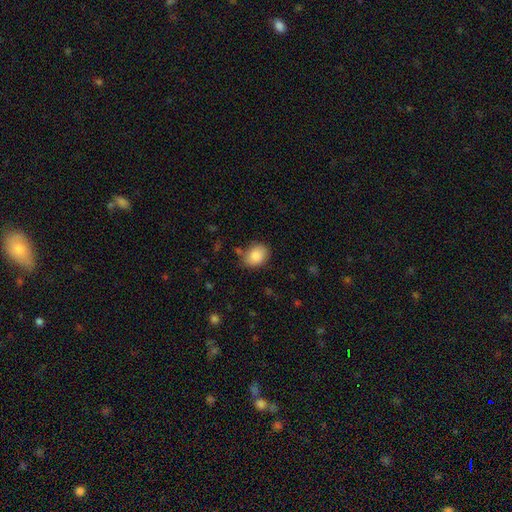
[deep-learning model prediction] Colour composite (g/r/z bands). It shows a smooth galaxy with no disk features (87%) that is in between round and cigar-shaped (58%). Merging: none (76%).